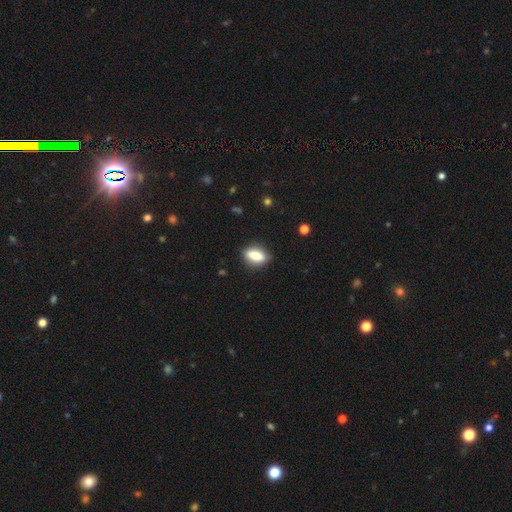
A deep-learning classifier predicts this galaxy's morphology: smooth_or_featured: smooth (p=0.76) [alt: featured or disk p=0.16]
how_rounded: in between (p=0.74) [alt: cigar-shaped p=0.17]
merging: none (p=0.85) [alt: minor disturbance p=0.10]